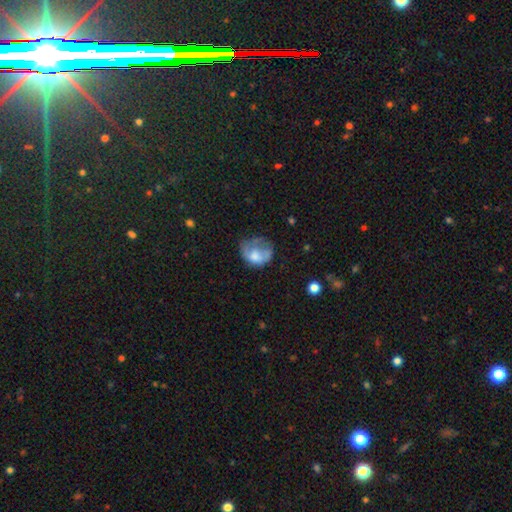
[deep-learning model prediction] smooth_or_featured: smooth (p=0.57) [alt: featured or disk p=0.33]
how_rounded: round (p=0.54) [alt: in between p=0.45]
merging: major disturbance (p=0.39) [alt: none p=0.30]